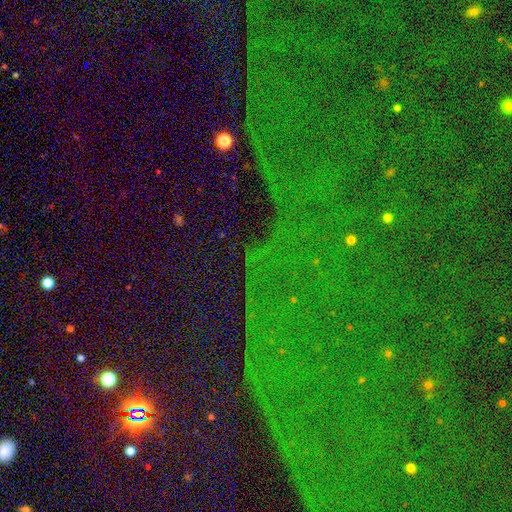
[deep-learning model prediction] Overall: star or artifact (82%).